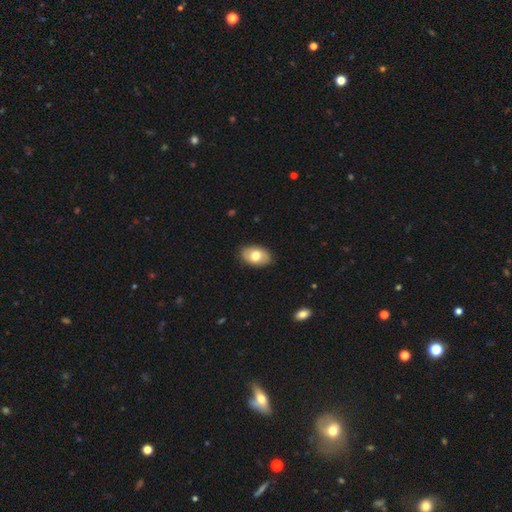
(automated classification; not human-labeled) Morphology: type=smooth (75%); roundness=in between (90%); merging=none (87%).